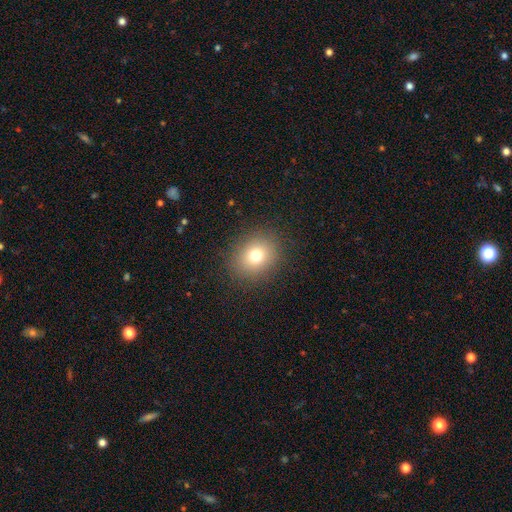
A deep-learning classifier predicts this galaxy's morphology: Smooth or featured? Predicted: smooth (p=0.76). How rounded? Predicted: round (p=0.65). Merging? Predicted: none (p=0.88).